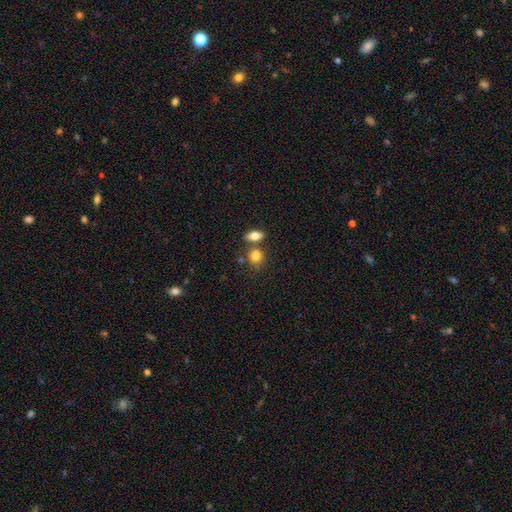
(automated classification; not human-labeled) smooth_or_featured: smooth (p=0.81) [alt: featured or disk p=0.10]
how_rounded: round (p=0.61) [alt: in between p=0.37]
merging: none (p=0.60) [alt: merger p=0.25]